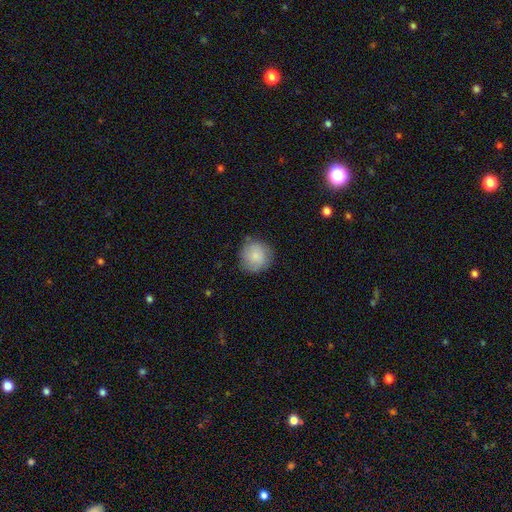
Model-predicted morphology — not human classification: smooth 84%, featured or disk 9%, star or artifact 7%. Down the decision tree: how rounded — round (92%); merging — none (81%).